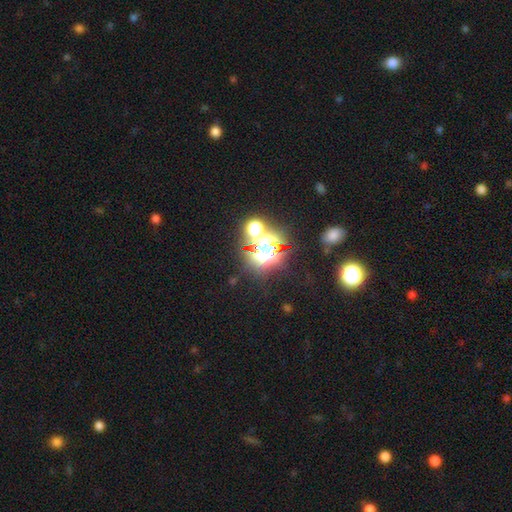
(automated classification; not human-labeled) smooth-or-featured: star or artifact: 74% | smooth: 17% | featured or disk: 9%